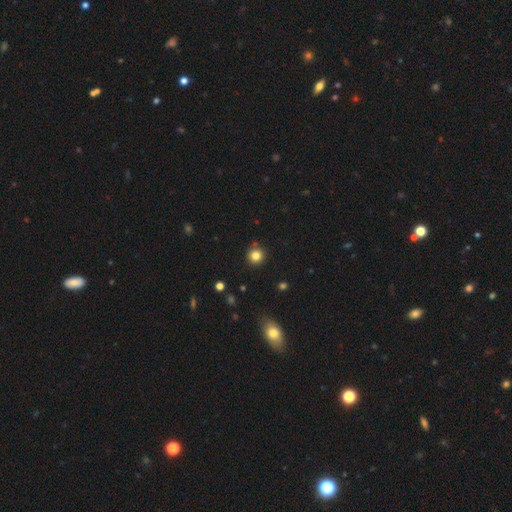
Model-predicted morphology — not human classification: type=smooth (82%); roundness=round (93%); merging=none (87%).